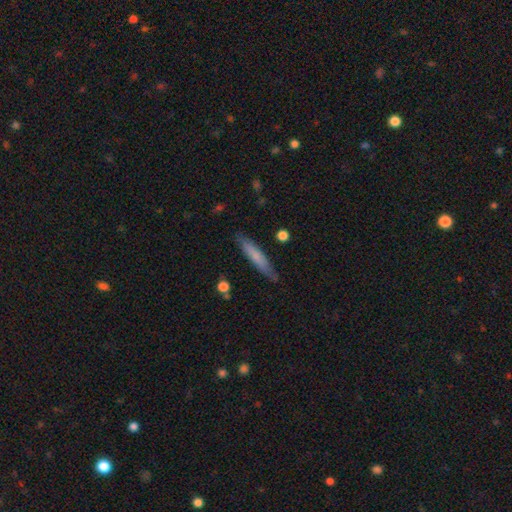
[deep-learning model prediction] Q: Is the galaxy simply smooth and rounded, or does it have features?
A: smooth — 68%.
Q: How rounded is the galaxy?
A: cigar-shaped — 91%.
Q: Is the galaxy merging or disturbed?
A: none — 83%.